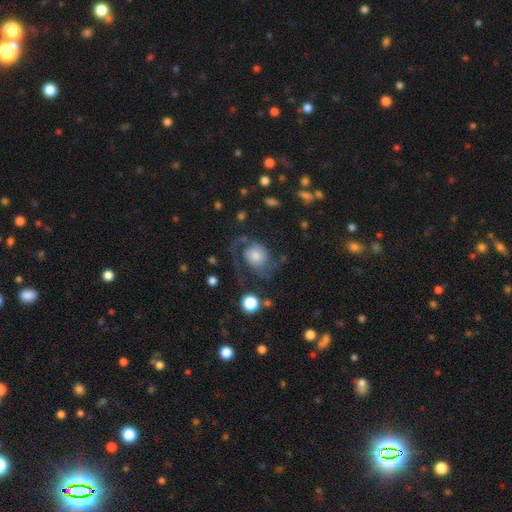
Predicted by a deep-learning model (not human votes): This is likely a featured or disk galaxy (66%). It is clearly not viewed edge-on (98%). Bar: likely no (74%). Spiral arm pattern: clearly yes (90%). Spiral arm count: possibly 2 (51%). Spiral winding: marginally medium (42%). Central bulge: marginally moderate (38%). Merging: marginally none (45%).